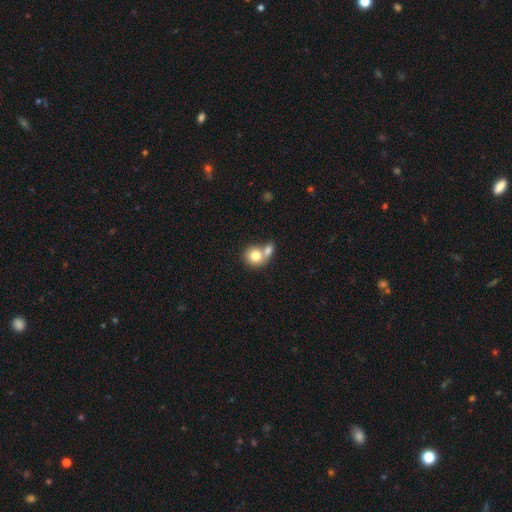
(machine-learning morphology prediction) type=smooth (76%); roundness=round (77%); merging=merger (59%).